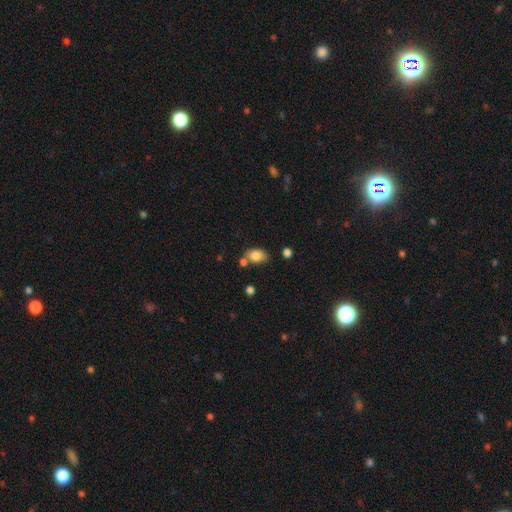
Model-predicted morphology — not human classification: smooth-or-featured: smooth: 83% | star or artifact: 9% | featured or disk: 8%
  how-rounded: in between: 82% | round: 17% | cigar-shaped: 1%
  merging: none: 61% | merger: 18% | minor disturbance: 16% | major disturbance: 4%